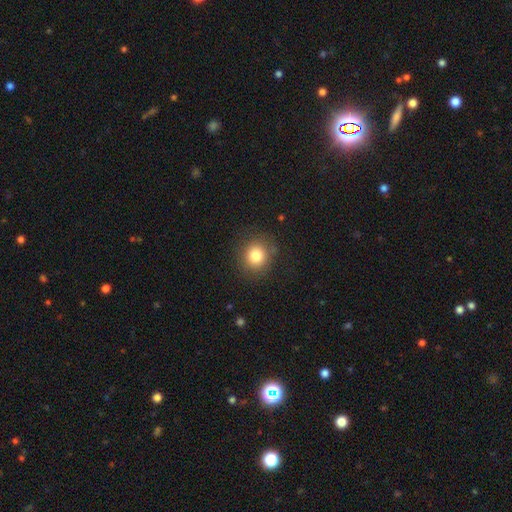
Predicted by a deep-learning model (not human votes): Overall: smooth (81%). How rounded: round (87%). Merging: none (85%).